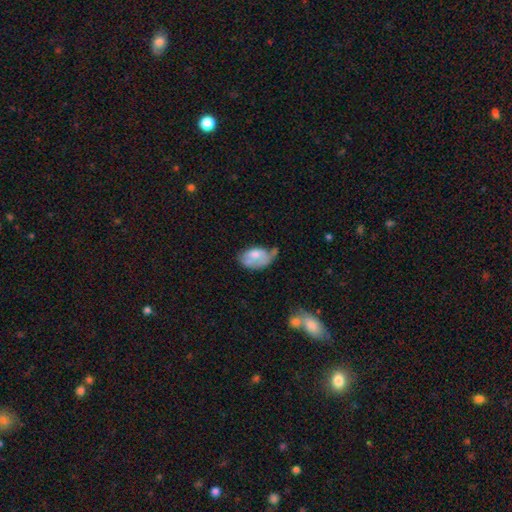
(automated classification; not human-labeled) smooth 56%, featured or disk 37%, star or artifact 7%. Down the decision tree: how rounded — in between (90%); merging — minor disturbance (37%).